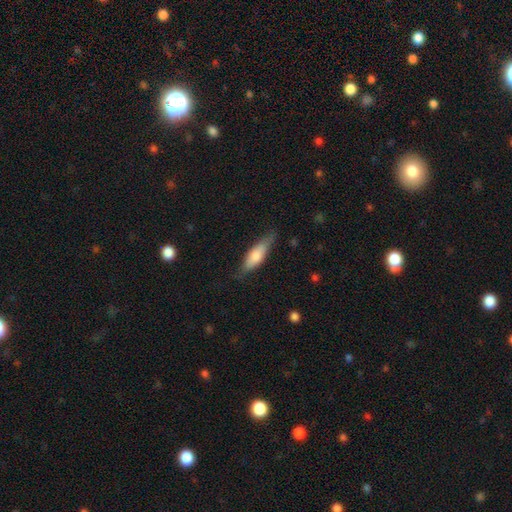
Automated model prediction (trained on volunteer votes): Q: Smooth or featured?
A: smooth (66%); runner-up: featured or disk (29%)
Q: How rounded?
A: cigar-shaped (49%); tied with: in between (49%)
Q: Merging?
A: none (71%); runner-up: minor disturbance (23%)